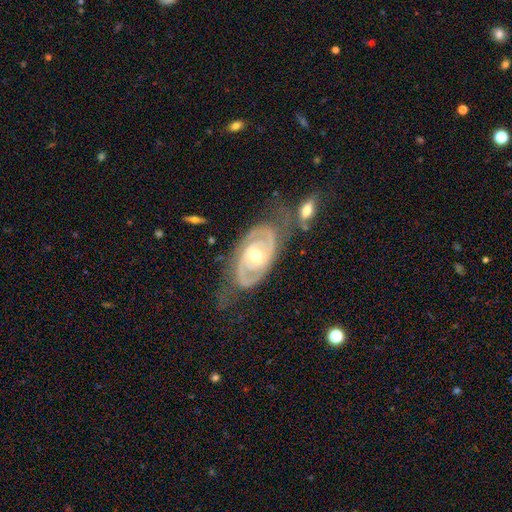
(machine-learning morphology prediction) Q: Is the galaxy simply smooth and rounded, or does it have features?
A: featured or disk — 91%.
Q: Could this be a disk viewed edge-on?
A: no — 96%.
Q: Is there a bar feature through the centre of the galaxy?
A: no — 50%.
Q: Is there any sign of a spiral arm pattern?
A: yes — 97%.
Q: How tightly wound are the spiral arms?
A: tight — 66%.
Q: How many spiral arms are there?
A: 2 — 85%.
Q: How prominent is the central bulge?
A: moderate — 65%.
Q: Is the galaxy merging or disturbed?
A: none — 63%.